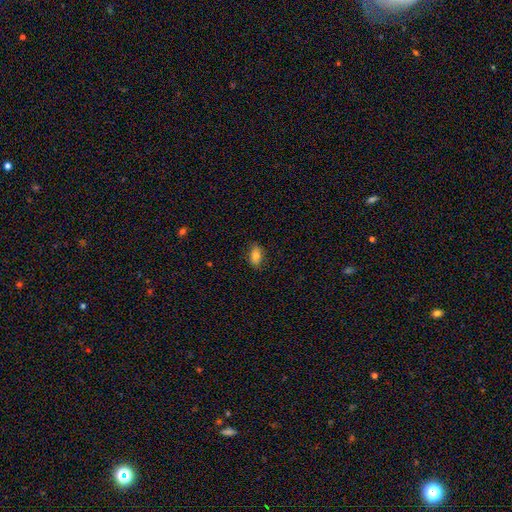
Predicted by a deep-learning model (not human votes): This is likely a smooth galaxy (76%). How rounded: clearly in between (87%). Merging: clearly none (83%).